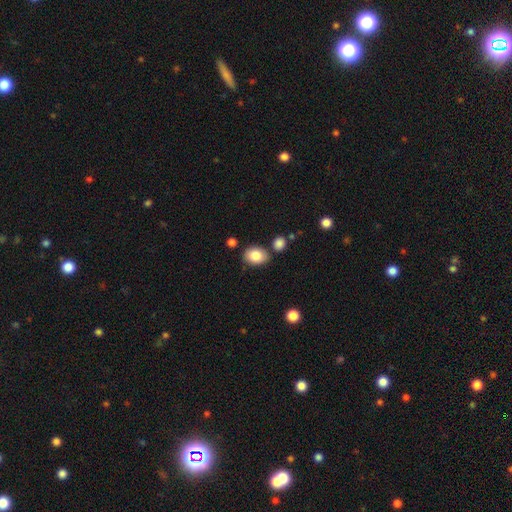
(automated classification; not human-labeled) Smooth or featured? Predicted: smooth (p=0.84). How rounded? Predicted: in between (p=0.68). Merging? Predicted: none (p=0.73).